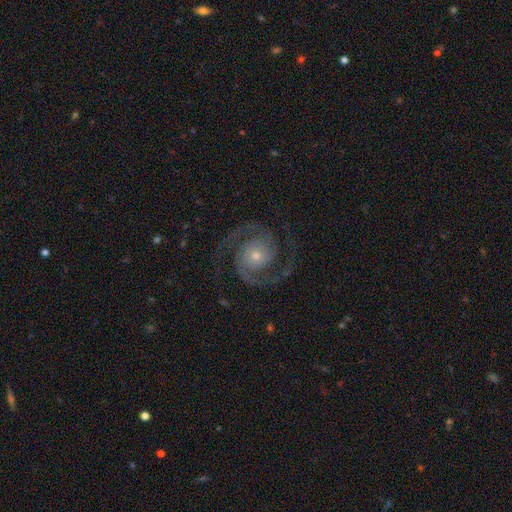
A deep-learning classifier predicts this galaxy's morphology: The model was most divided on "spiral winding": medium: 52%, tight: 40%, loose: 8%. More confident: spiral arms — yes (99%); edge-on disk — no (98%); spiral arm count — 2 (94%); smooth or featured — featured or disk (92%); merging — none (84%); bar — no (75%); bulge size — small (59%).